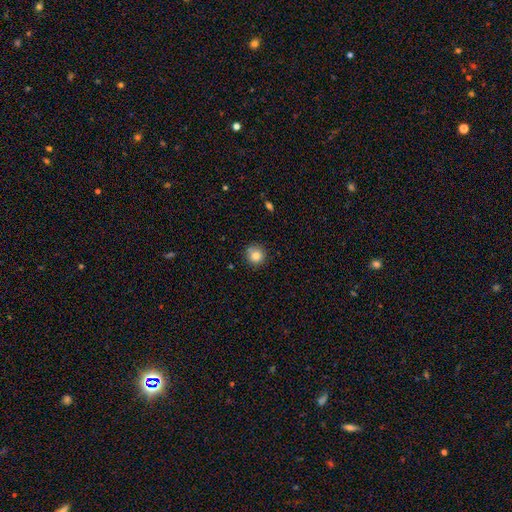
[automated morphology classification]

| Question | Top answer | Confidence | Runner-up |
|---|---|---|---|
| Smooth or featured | smooth | 84% | star or artifact (10%) |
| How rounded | round | 93% | in between (6%) |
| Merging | none | 81% | minor disturbance (13%) |